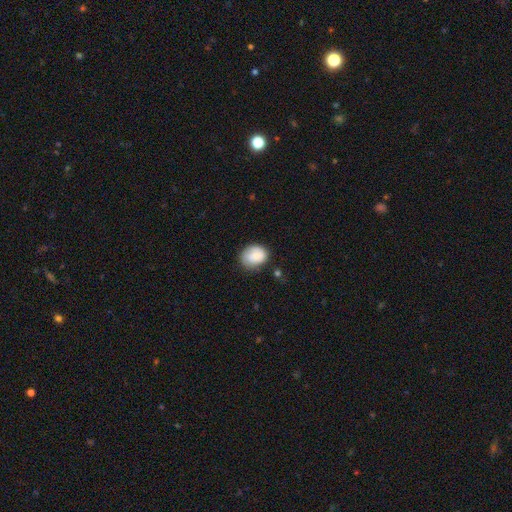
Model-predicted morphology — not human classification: Q: Smooth or featured?
A: smooth (77%); runner-up: featured or disk (16%)
Q: How rounded?
A: in between (50%); runner-up: round (49%)
Q: Merging?
A: none (68%); runner-up: minor disturbance (24%)